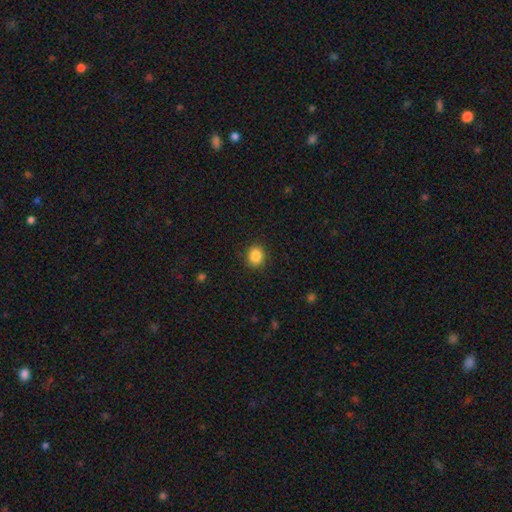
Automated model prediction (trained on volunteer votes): Q: Smooth or featured?
A: smooth (86%); runner-up: star or artifact (10%)
Q: How rounded?
A: round (71%); runner-up: in between (28%)
Q: Merging?
A: none (90%); runner-up: minor disturbance (7%)